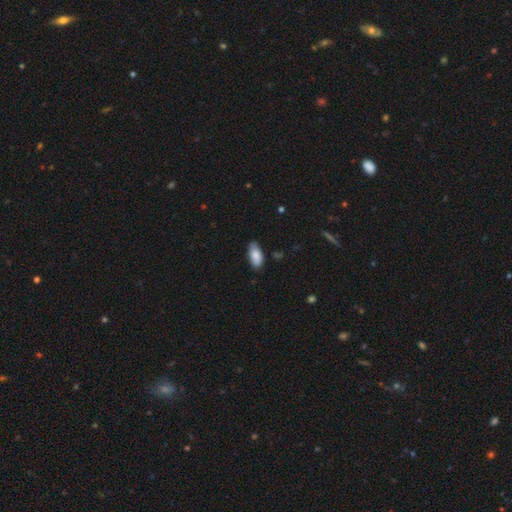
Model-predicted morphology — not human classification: This is clearly a smooth galaxy (83%). How rounded: clearly in between (92%). Merging: likely none (75%).